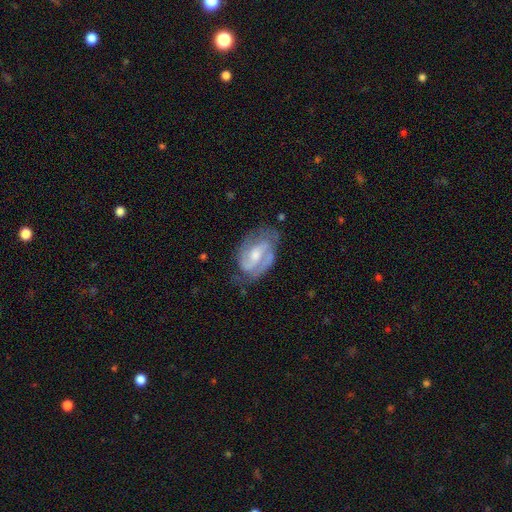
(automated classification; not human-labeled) Smooth or featured: featured or disk — 85% (smooth — 10%)
Edge-on disk: no — 97% (yes — 3%)
Bar: weak — 49% (no — 31%)
Spiral arms: yes — 95% (no — 5%)
Spiral winding: medium — 50% (tight — 36%)
Spiral arm count: 2 — 80% (can't tell — 8%)
Bulge size: moderate — 52% (small — 36%)
Merging: none — 66% (minor disturbance — 23%)